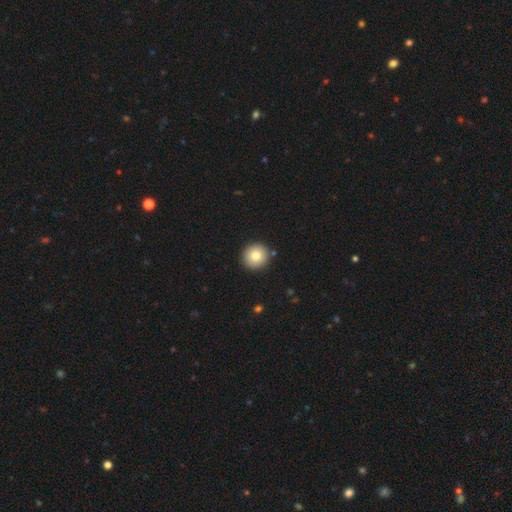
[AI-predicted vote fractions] This is clearly a smooth galaxy (82%). How rounded: clearly round (94%). Merging: clearly none (90%).